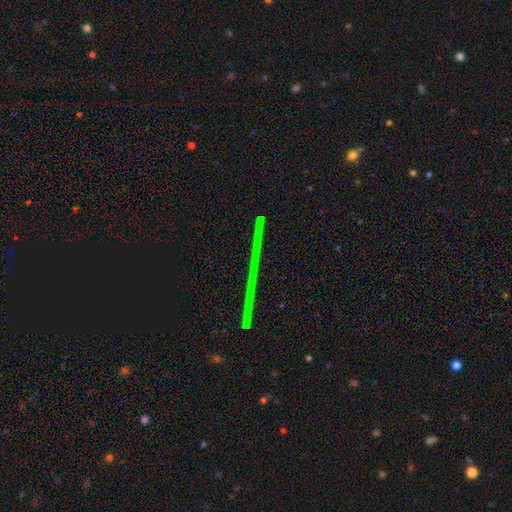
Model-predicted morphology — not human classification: A star or artifact, not a galaxy (62%).

Vote fractions:
- Smooth or featured? star or artifact: 62% / featured or disk: 24% / smooth: 14%